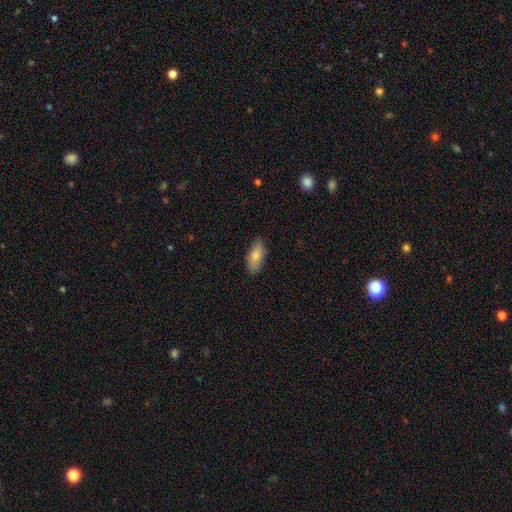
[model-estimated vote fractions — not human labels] This appears to be a smooth galaxy with no disk features (81%) that is in between round and cigar-shaped (87%). Merging: none (82%).